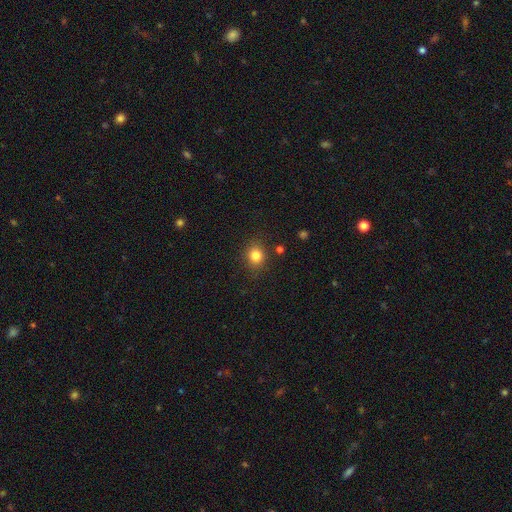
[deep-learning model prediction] Smooth or featured? Predicted: smooth (p=0.82). How rounded? Predicted: round (p=0.71). Merging? Predicted: none (p=0.85).